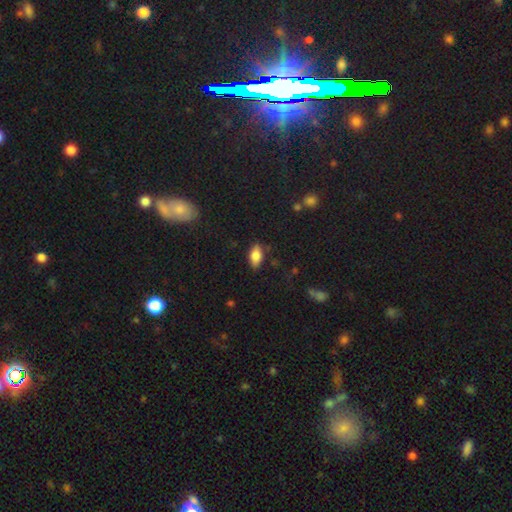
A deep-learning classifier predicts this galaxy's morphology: Overall: smooth (78%). How rounded: in between (88%). Merging: none (80%).